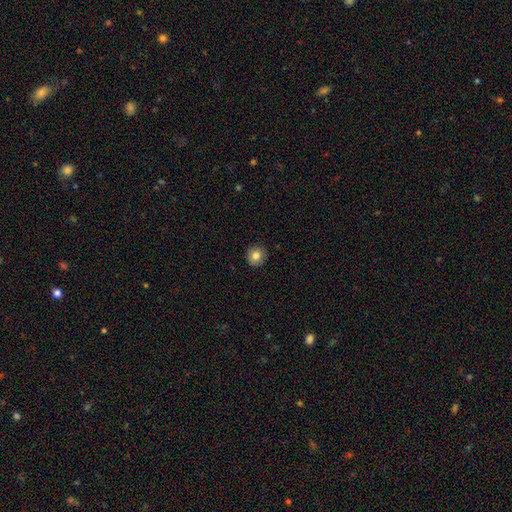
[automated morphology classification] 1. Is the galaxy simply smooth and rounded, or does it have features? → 82% smooth, 10% star or artifact, 8% featured or disk.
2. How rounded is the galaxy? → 92% round, 8% in between, 1% cigar-shaped.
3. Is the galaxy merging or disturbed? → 90% none, 7% minor disturbance, 2% major disturbance, 1% merger.